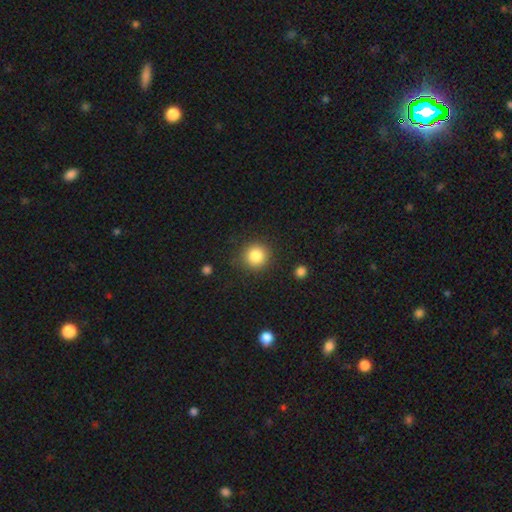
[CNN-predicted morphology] Smooth or featured: smooth — 84% (star or artifact — 10%)
How rounded: round — 94% (in between — 5%)
Merging: none — 88% (minor disturbance — 8%)